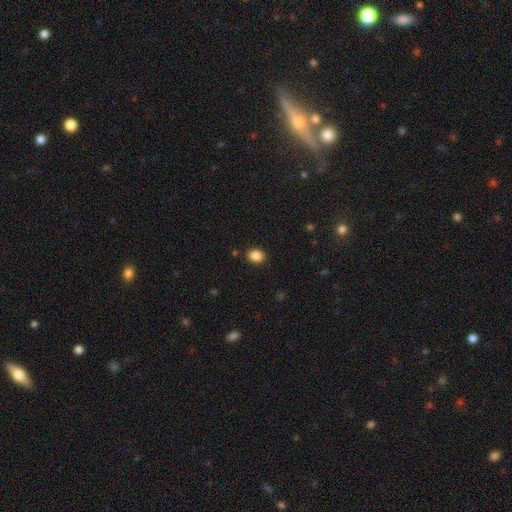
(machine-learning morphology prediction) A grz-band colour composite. It shows a smooth galaxy with no disk features (87%) that is round (50%). Merging: none (88%).